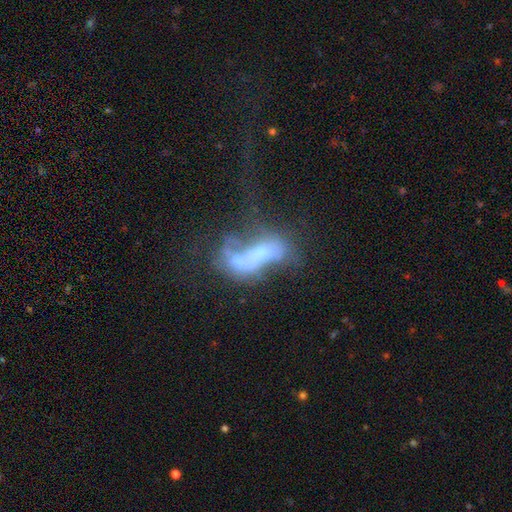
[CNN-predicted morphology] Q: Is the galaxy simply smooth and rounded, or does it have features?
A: featured or disk — 59%.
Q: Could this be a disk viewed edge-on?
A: no — 92%.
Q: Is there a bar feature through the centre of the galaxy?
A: no — 78%.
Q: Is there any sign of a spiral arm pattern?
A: no — 83%.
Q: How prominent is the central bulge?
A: none — 36%.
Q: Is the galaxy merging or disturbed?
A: merger — 50%.